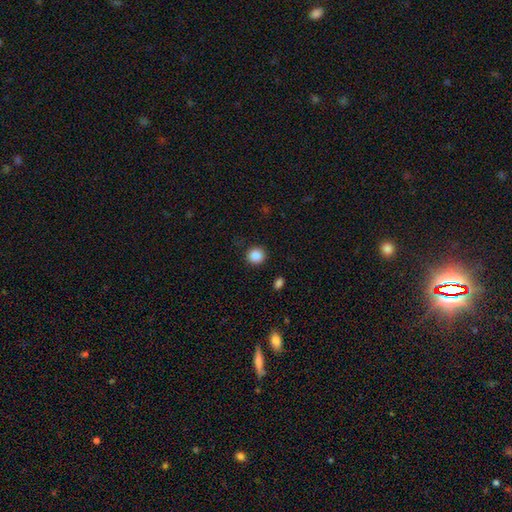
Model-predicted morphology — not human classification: type=smooth (88%); roundness=round (92%); merging=none (90%).